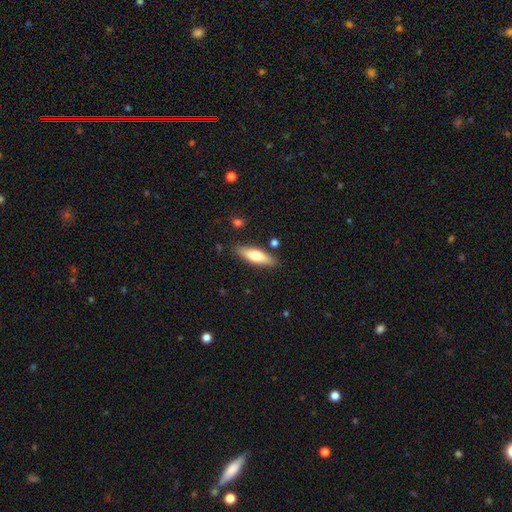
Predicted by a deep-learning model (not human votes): This appears to be a smooth galaxy with no disk features (67%) that is cigar-shaped (55%). Merging: none (85%).